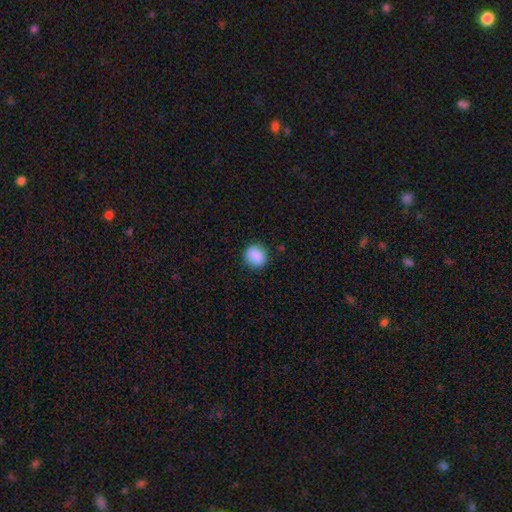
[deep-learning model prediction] smooth-or-featured: smooth: 88% | star or artifact: 8% | featured or disk: 4%
  how-rounded: round: 79% | in between: 20% | cigar-shaped: 1%
  merging: none: 85% | minor disturbance: 11% | major disturbance: 3% | merger: 1%